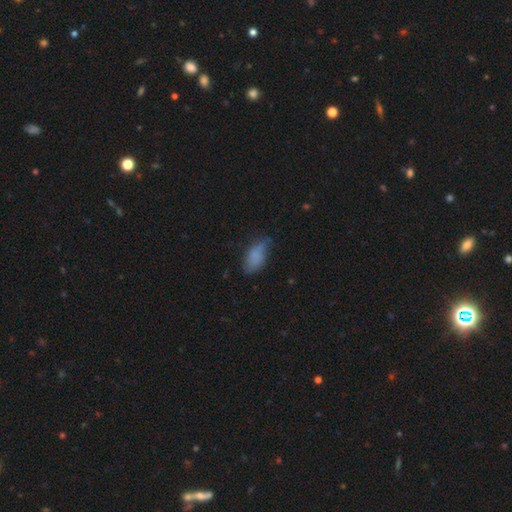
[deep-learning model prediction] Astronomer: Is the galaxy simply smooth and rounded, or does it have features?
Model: smooth — 77%.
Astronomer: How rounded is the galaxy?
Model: in between — 87%.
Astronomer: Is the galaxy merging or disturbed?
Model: none — 50% (runner-up: minor disturbance, 34%).